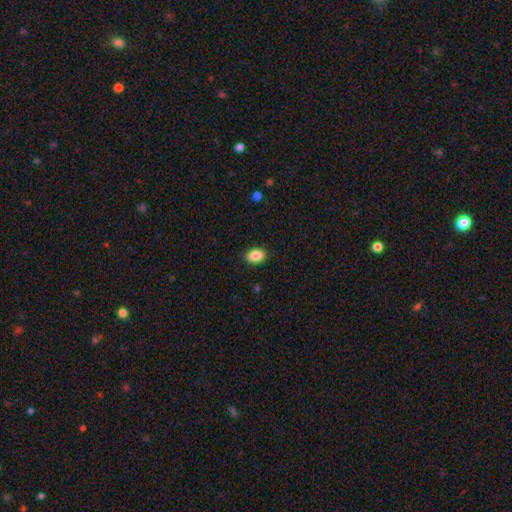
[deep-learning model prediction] A smooth galaxy with no disk features (88%) that is in between round and cigar-shaped (85%). Merging: none (89%).